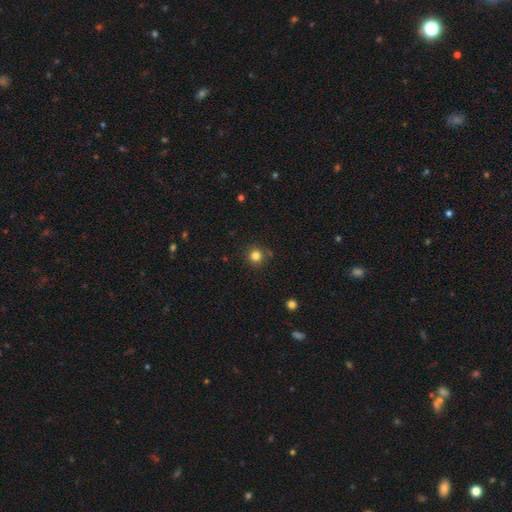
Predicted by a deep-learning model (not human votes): Smooth or featured: smooth — 82% (star or artifact — 14%)
How rounded: round — 94% (in between — 6%)
Merging: none — 86% (minor disturbance — 8%)